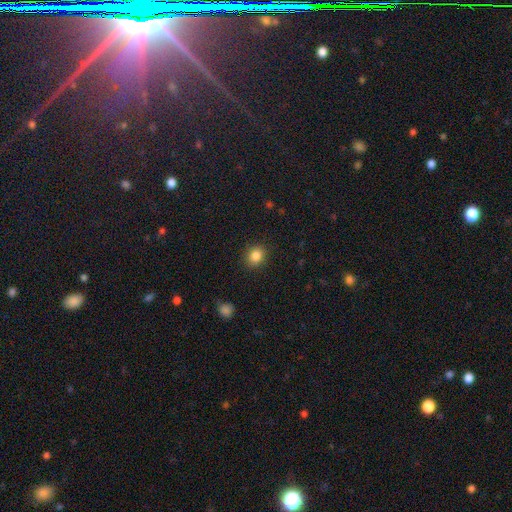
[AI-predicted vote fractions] This appears to be a smooth galaxy with no disk features (85%) that is round (68%). Merging: none (89%).